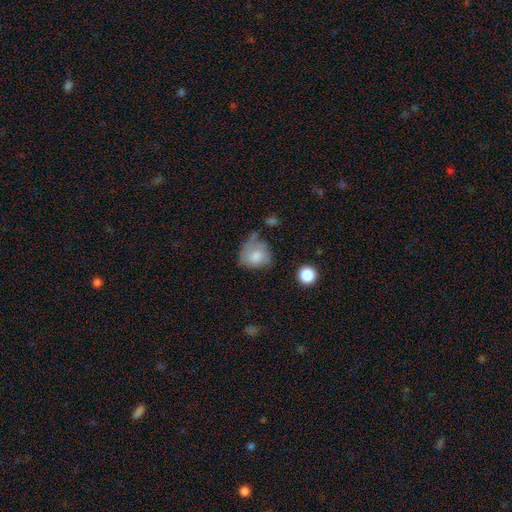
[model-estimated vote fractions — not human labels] This appears to be a smooth galaxy with no disk features (68%) that is round (73%). Merging: none (39%).